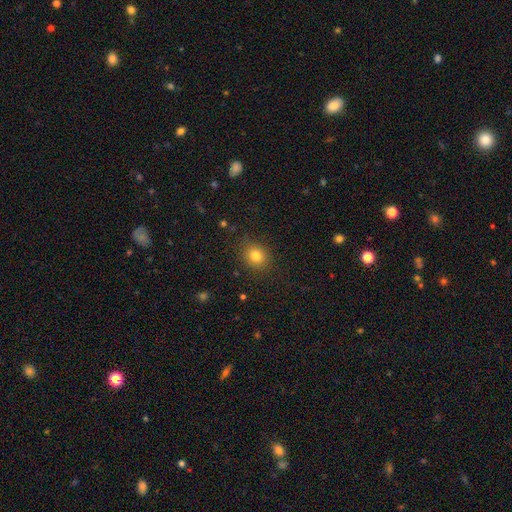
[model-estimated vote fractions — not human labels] A smooth galaxy with no disk features (81%) that is round (72%).

Vote fractions:
- Smooth or featured? smooth: 81% / star or artifact: 12% / featured or disk: 7%
- How rounded? round: 72% / in between: 27% / cigar-shaped: 1%
- Merging? none: 86% / minor disturbance: 9% / major disturbance: 3% / merger: 1%